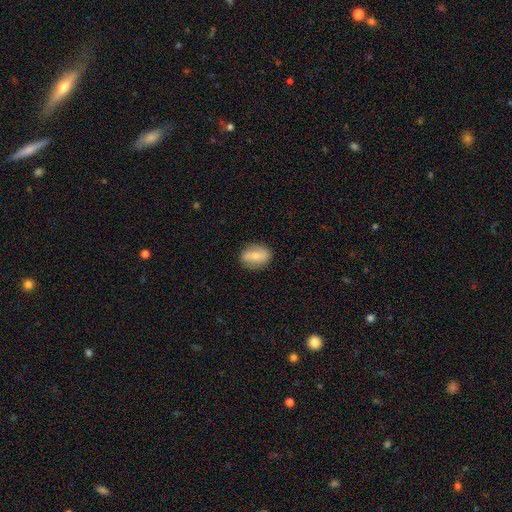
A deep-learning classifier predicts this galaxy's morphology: This appears to be a smooth galaxy with no disk features (58%) that is in between round and cigar-shaped (71%). Merging: none (83%).